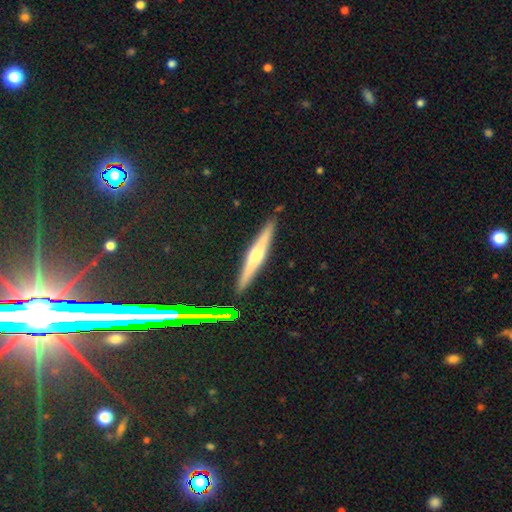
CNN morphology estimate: Q: Smooth or featured?
A: featured or disk (59%); runner-up: smooth (32%)
Q: Edge-on disk?
A: yes (97%); runner-up: no (3%)
Q: Edge-on bulge?
A: rounded (72%); runner-up: boxy (15%)
Q: Merging?
A: none (90%); runner-up: minor disturbance (7%)